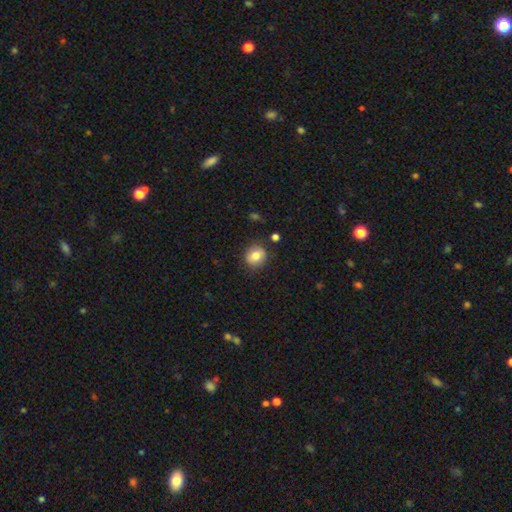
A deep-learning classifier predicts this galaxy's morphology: smooth_or_featured: smooth (p=0.78) [alt: featured or disk p=0.13]
how_rounded: round (p=0.79) [alt: in between p=0.20]
merging: none (p=0.84) [alt: minor disturbance p=0.11]